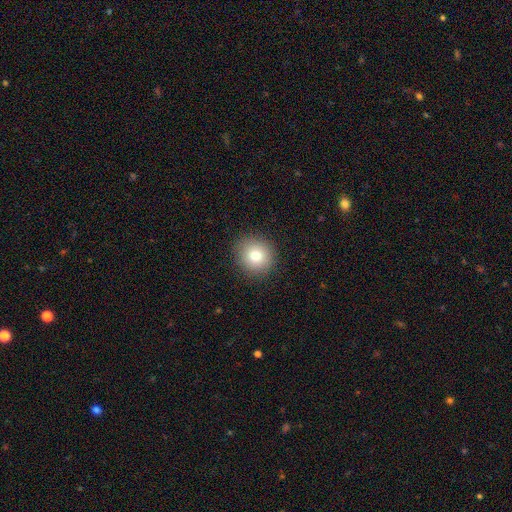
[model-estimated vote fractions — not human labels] smooth-or-featured: smooth: 79% | star or artifact: 11% | featured or disk: 10%
  how-rounded: round: 90% | in between: 9% | cigar-shaped: 1%
  merging: none: 90% | minor disturbance: 7% | major disturbance: 2% | merger: 1%